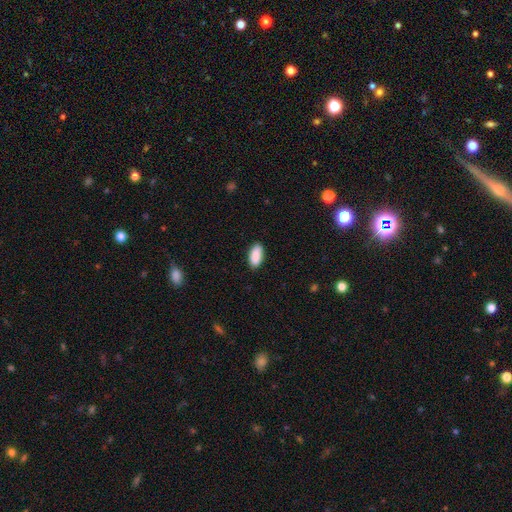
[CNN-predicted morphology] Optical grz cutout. It shows a smooth galaxy with no disk features (90%) that is in between round and cigar-shaped (91%). Merging: none (88%).